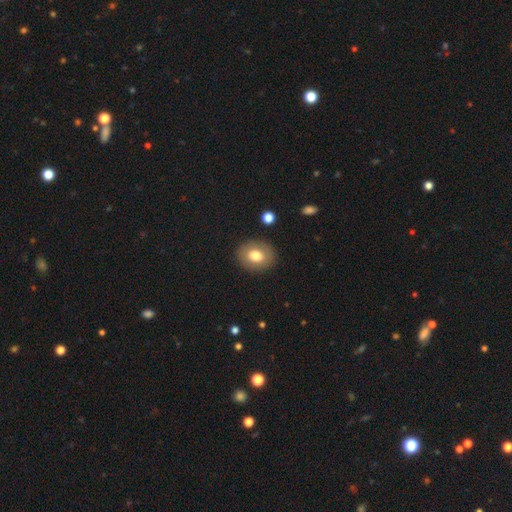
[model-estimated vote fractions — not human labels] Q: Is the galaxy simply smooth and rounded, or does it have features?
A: smooth — 76%.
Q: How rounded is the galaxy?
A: in between — 51%.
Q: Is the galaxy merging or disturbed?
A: none — 88%.